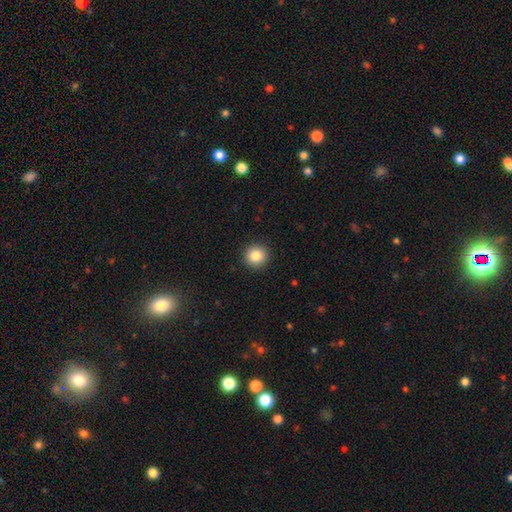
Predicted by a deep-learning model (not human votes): A smooth galaxy with no disk features (84%) that is round (95%).

Vote fractions:
- Smooth or featured? smooth: 84% / star or artifact: 10% / featured or disk: 6%
- How rounded? round: 95% / in between: 4% / cigar-shaped: 1%
- Merging? none: 93% / minor disturbance: 5% / major disturbance: 2% / merger: 1%